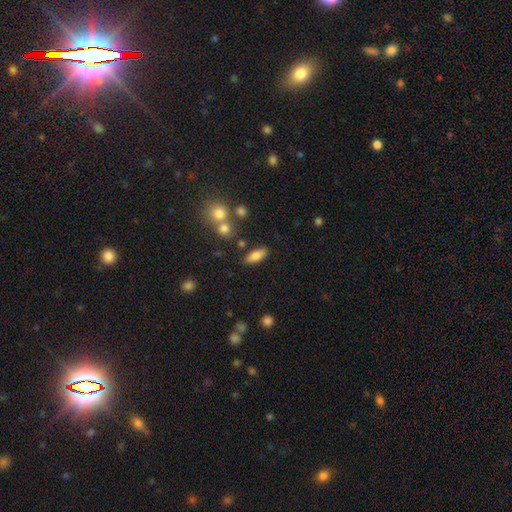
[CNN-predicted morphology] This is likely a smooth galaxy (79%). How rounded: likely in between (79%). Merging: likely none (80%).